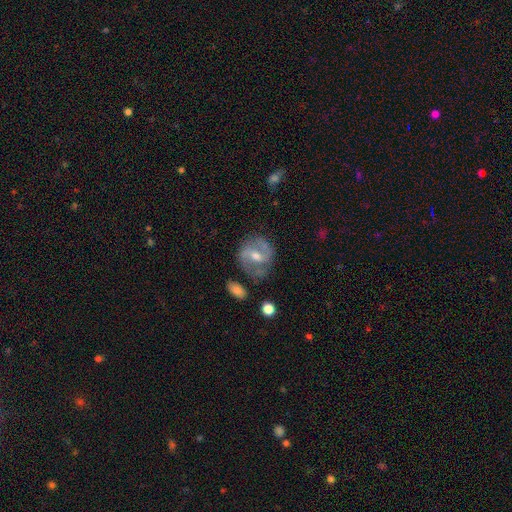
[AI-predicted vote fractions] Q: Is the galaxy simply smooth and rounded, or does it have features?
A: featured or disk — 74%.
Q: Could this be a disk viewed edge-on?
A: no — 96%.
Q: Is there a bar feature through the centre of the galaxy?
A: weak — 45%.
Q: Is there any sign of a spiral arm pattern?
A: yes — 85%.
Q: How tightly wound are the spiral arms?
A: medium — 49%.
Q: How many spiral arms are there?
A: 2 — 85%.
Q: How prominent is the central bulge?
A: moderate — 63%.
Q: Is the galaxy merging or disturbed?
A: none — 73%.